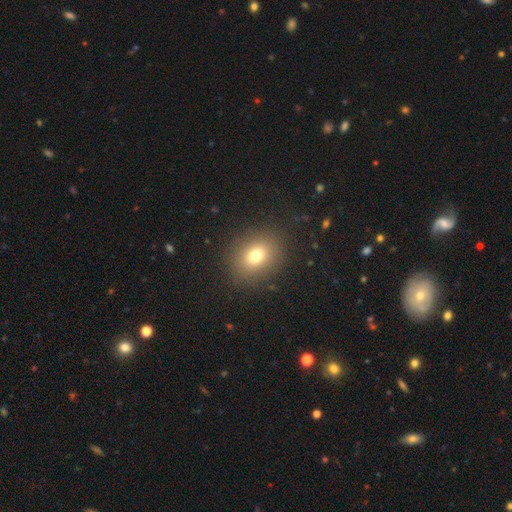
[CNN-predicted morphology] Smooth or featured? smooth (74%)
How rounded? round (56%)
Merging? none (87%)